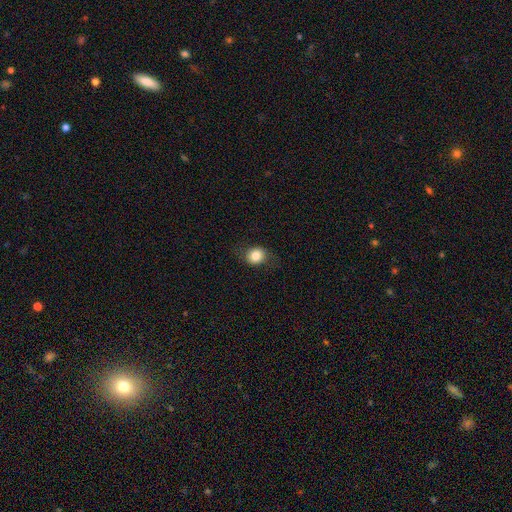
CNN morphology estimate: The model was most divided on "how rounded": round: 73%, in between: 26%, cigar-shaped: 1%. More confident: smooth or featured — smooth (81%); merging — none (78%).